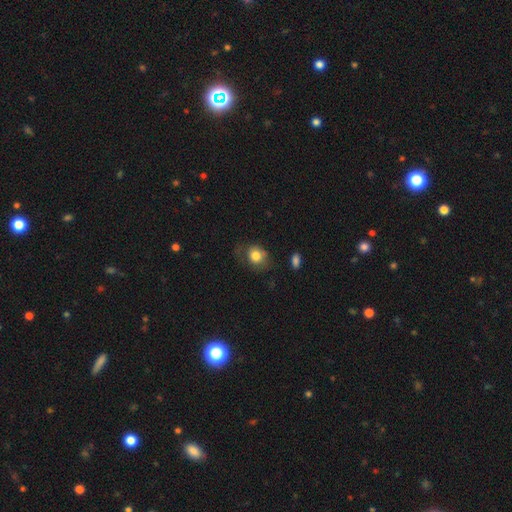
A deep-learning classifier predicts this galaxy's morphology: Smooth or featured?
  - smooth: 78% *
  - featured or disk: 13%
  - star or artifact: 9%
How rounded?
  - round: 57% *
  - in between: 42%
  - cigar-shaped: 1%
Merging?
  - none: 51% *
  - minor disturbance: 28%
  - major disturbance: 19%
  - merger: 3%